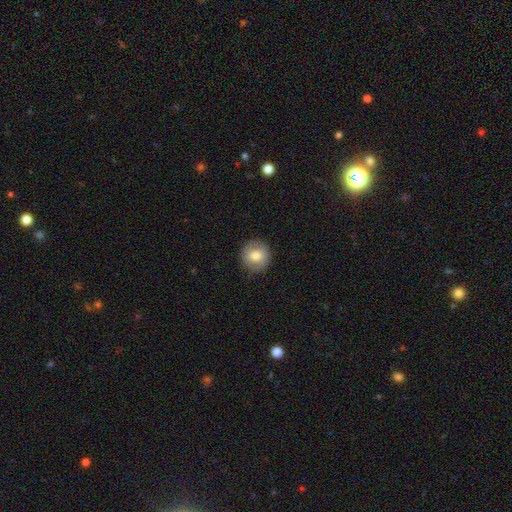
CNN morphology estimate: The model was most divided on "smooth or featured": smooth: 75%, featured or disk: 17%, star or artifact: 8%. More confident: how rounded — round (93%); merging — none (89%).